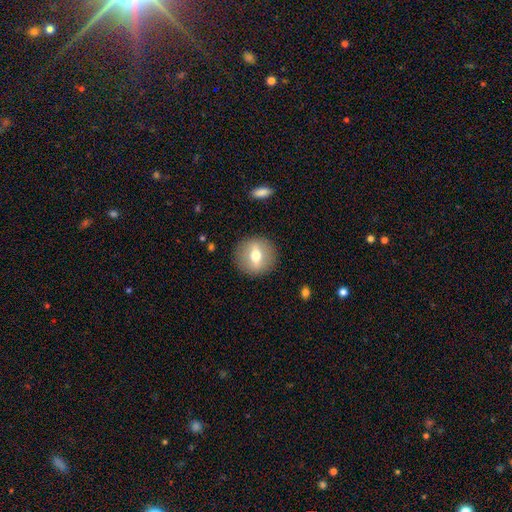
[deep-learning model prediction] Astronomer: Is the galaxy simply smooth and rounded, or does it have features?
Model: smooth — 47% (runner-up: featured or disk, 45%).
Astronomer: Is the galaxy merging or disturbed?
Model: none — 89%.